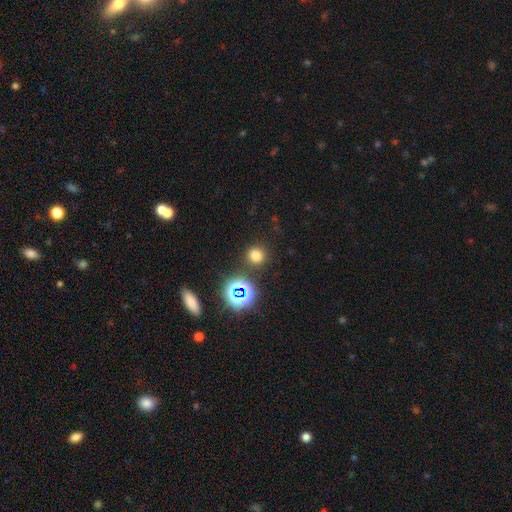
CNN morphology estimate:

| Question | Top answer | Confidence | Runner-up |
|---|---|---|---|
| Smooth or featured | smooth | 70% | star or artifact (23%) |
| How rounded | round | 88% | in between (11%) |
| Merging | none | 86% | minor disturbance (7%) |